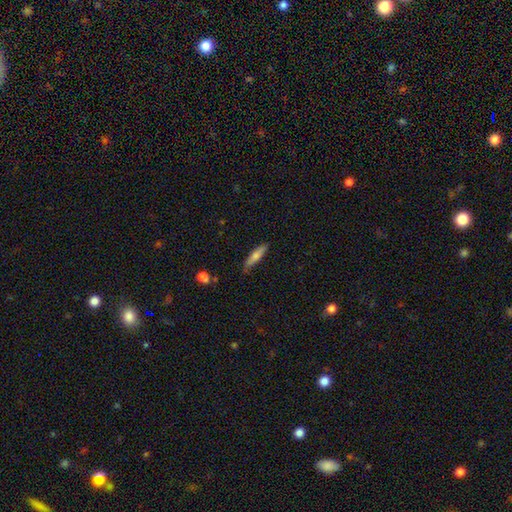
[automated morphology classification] This is likely a smooth galaxy (64%). How rounded: clearly cigar-shaped (84%). Merging: likely none (80%).